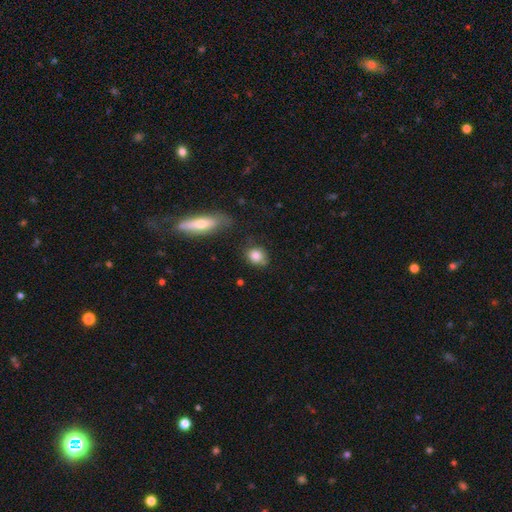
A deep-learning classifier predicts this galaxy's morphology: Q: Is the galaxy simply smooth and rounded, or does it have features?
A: smooth — 82%.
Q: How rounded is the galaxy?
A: round — 60%.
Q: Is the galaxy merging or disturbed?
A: none — 64%.